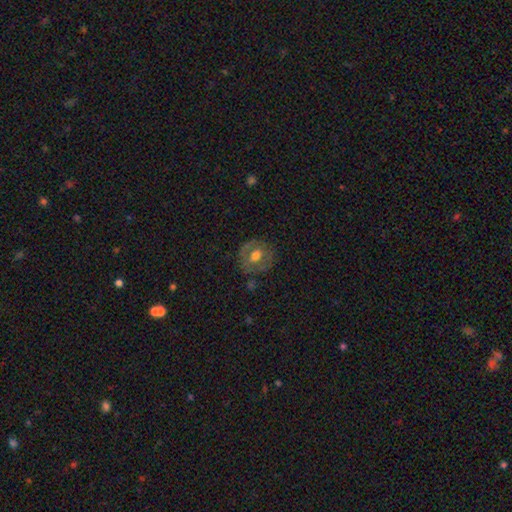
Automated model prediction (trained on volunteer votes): A smooth galaxy with no disk features (50%) that is round (73%).

Vote fractions:
- Smooth or featured? smooth: 50% / featured or disk: 42% / star or artifact: 8%
- How rounded? round: 73% / in between: 26% / cigar-shaped: 1%
- Merging? none: 74% / minor disturbance: 17% / major disturbance: 6% / merger: 2%